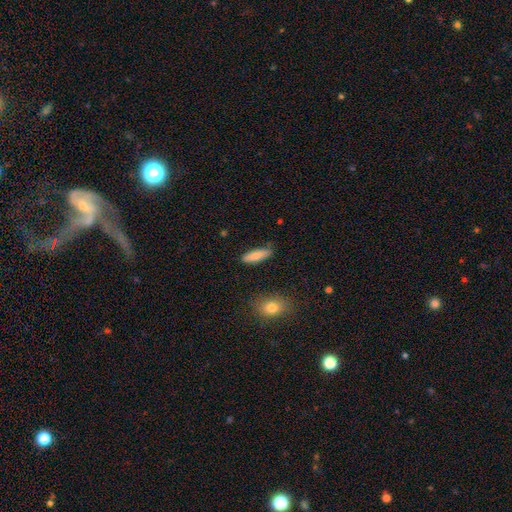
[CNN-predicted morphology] Smooth or featured? smooth (81%)
How rounded? cigar-shaped (53%)
Merging? none (85%)